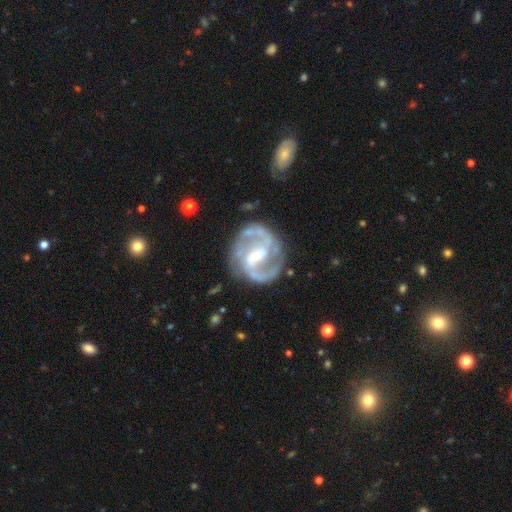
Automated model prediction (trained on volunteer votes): The model was most divided on "bar" (2-way tie): weak: 43%, strong: 43%, no: 15%. Remaining: edge-on disk — no (98%); spiral arms — yes (96%); smooth or featured — featured or disk (89%); spiral arm count — 2 (87%); merging — none (75%); spiral winding — medium (54%); bulge size — moderate (43%).